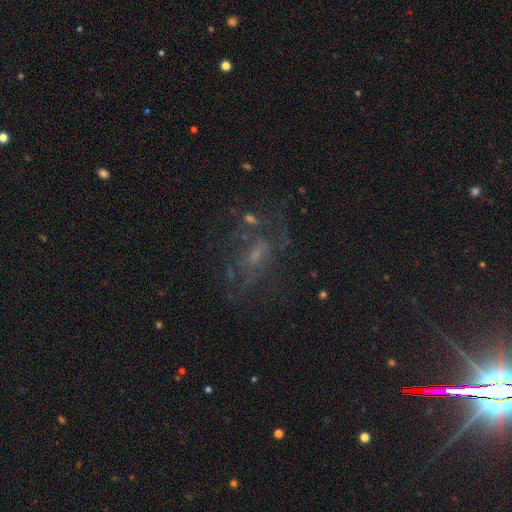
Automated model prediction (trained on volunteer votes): Smooth or featured?
  - featured or disk: 61% *
  - smooth: 20%
  - star or artifact: 19%
Edge-on disk?
  - no: 95% *
  - yes: 5%
Bar?
  - no: 54% *
  - weak: 37%
  - strong: 9%
Spiral arms?
  - yes: 56% *
  - no: 44%
Bulge size?
  - small: 52% *
  - moderate: 25%
  - none: 20%
  - large: 3%
  - dominant: 1%
Merging?
  - none: 50% *
  - major disturbance: 26%
  - minor disturbance: 18%
  - merger: 6%